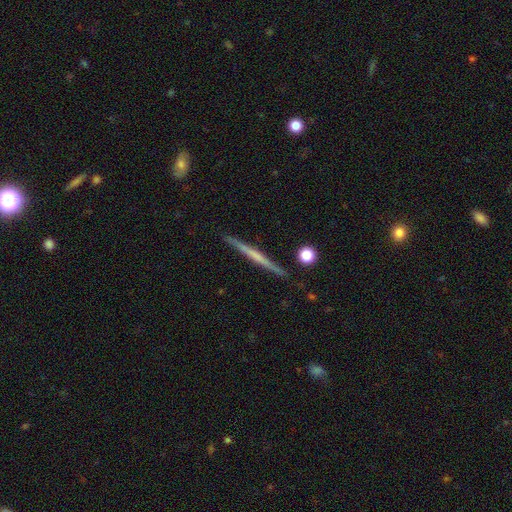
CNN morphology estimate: This is likely a featured or disk galaxy (65%). It is clearly viewed edge-on (98%). Edge-on bulge: likely none (67%). Merging: clearly none (90%).